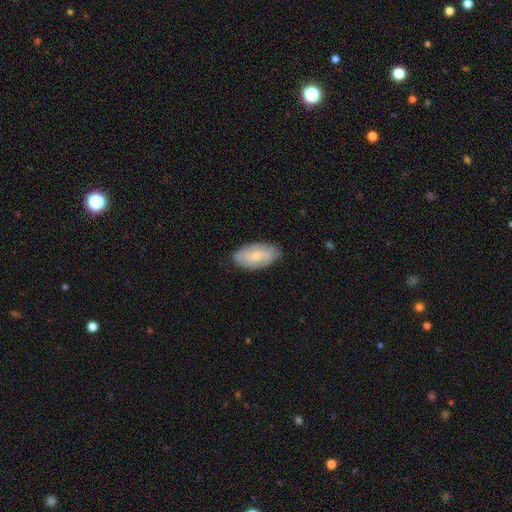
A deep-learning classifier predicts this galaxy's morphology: smooth-or-featured: smooth: 49% | featured or disk: 45% | star or artifact: 7%
  merging: none: 81% | minor disturbance: 15% | major disturbance: 3% | merger: 1%